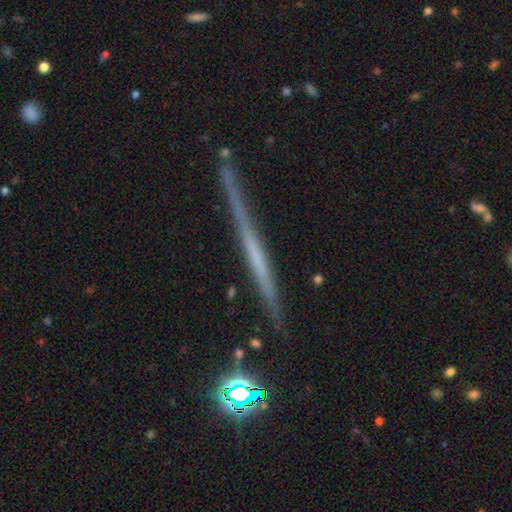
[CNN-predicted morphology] Smooth or featured: featured or disk — 63% (smooth — 28%)
Edge-on disk: yes — 97% (no — 3%)
Edge-on bulge: none — 89% (rounded — 6%)
Merging: none — 87% (minor disturbance — 9%)